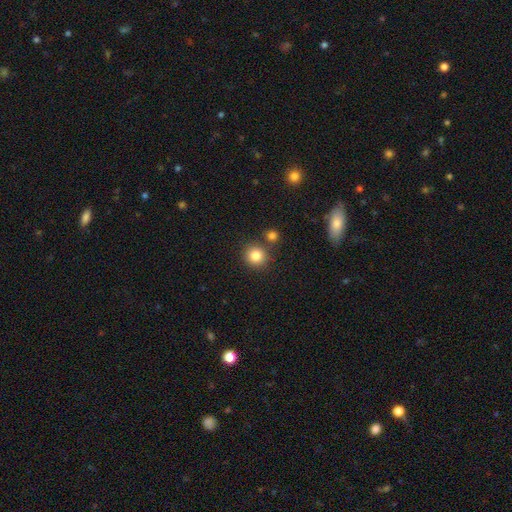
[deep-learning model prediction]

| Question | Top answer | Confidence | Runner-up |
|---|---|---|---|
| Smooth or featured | smooth | 84% | star or artifact (11%) |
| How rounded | round | 91% | in between (8%) |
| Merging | none | 77% | merger (12%) |